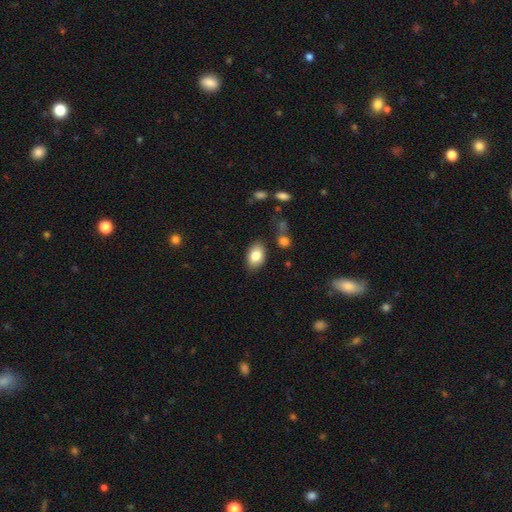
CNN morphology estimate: type=smooth (82%); roundness=in between (86%); merging=none (83%).